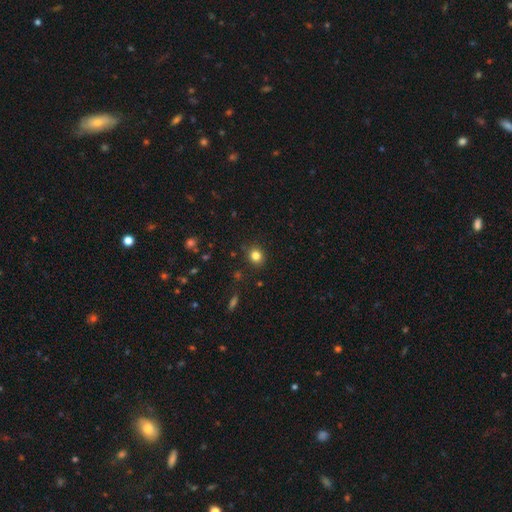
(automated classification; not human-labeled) This appears to be a smooth galaxy with no disk features (81%) that is round (81%). Merging: none (89%).